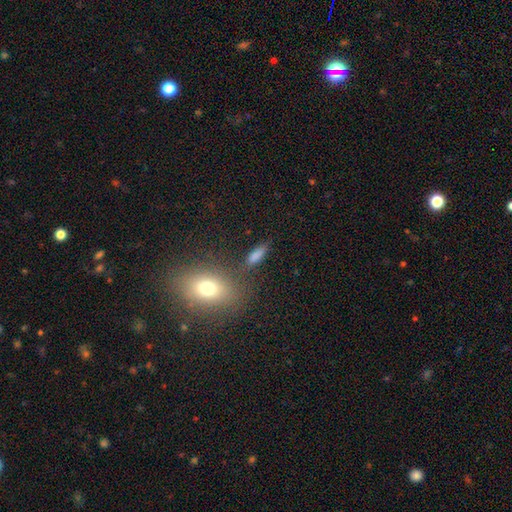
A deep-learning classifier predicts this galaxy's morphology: Smooth or featured? Predicted: smooth (p=0.80). How rounded? Predicted: in between (p=0.54). Merging? Predicted: none (p=0.74).